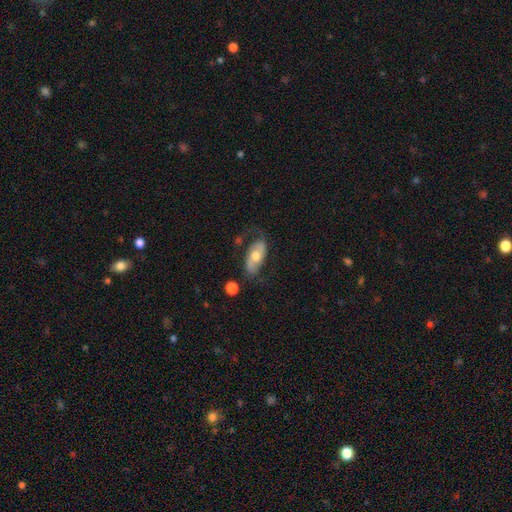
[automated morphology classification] smooth-or-featured: featured or disk: 56% | smooth: 38% | star or artifact: 6%
  disk-edge-on: no: 90% | yes: 10%
    bar: no: 64% | weak: 26% | strong: 10%
    has-spiral-arms: yes: 75% | no: 25%
    bulge-size: moderate: 71% | small: 13% | large: 12% | none: 1% | dominant: 1%
  merging: none: 57% | minor disturbance: 24% | major disturbance: 16% | merger: 3%